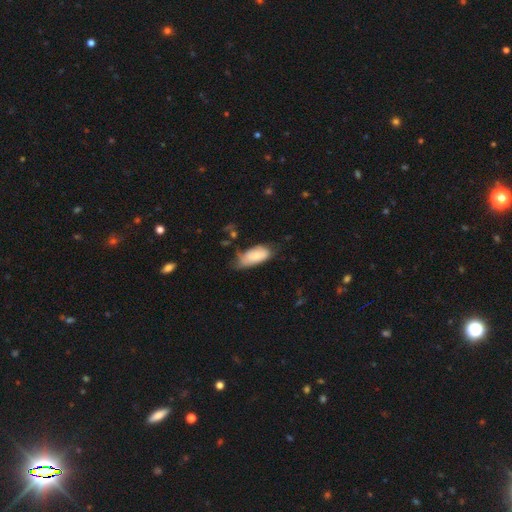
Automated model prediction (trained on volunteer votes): This is likely a smooth galaxy (77%). How rounded: clearly in between (90%). Merging: marginally none (41%).